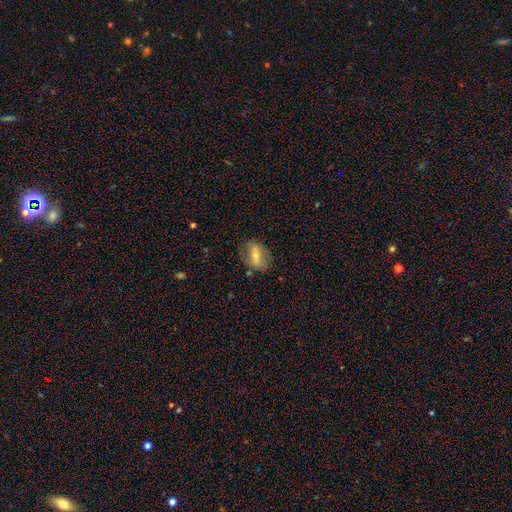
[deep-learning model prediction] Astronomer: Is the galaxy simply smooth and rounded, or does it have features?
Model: smooth — 49% (runner-up: featured or disk, 43%).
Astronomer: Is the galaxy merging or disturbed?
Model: none — 72%.